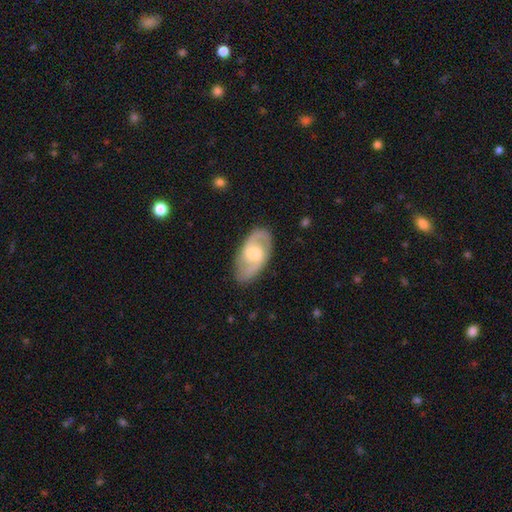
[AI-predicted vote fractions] smooth_or_featured: featured or disk (p=0.80) [alt: smooth p=0.15]
disk_edge_on: no (p=0.96) [alt: yes p=0.04]
bar: weak (p=0.49) [alt: no p=0.41]
has_spiral_arms: yes (p=0.94) [alt: no p=0.06]
spiral_winding: medium (p=0.55) [alt: tight p=0.24]
spiral_arm_count: 2 (p=0.90) [alt: can't tell p=0.05]
bulge_size: moderate (p=0.56) [alt: small p=0.31]
merging: none (p=0.84) [alt: minor disturbance p=0.11]